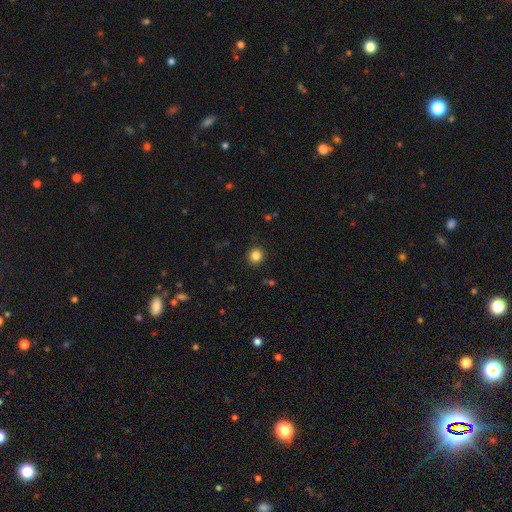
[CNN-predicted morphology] Smooth or featured? smooth (85%)
How rounded? round (90%)
Merging? none (91%)